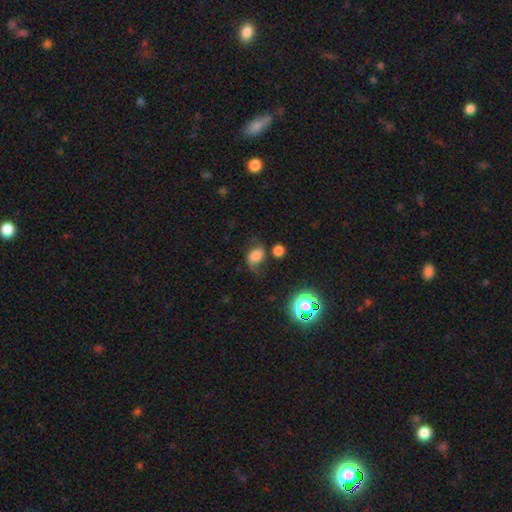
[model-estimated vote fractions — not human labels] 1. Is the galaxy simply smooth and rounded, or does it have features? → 47% smooth, 38% featured or disk, 15% star or artifact.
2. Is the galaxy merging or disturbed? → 48% none, 26% minor disturbance, 19% major disturbance, 7% merger.